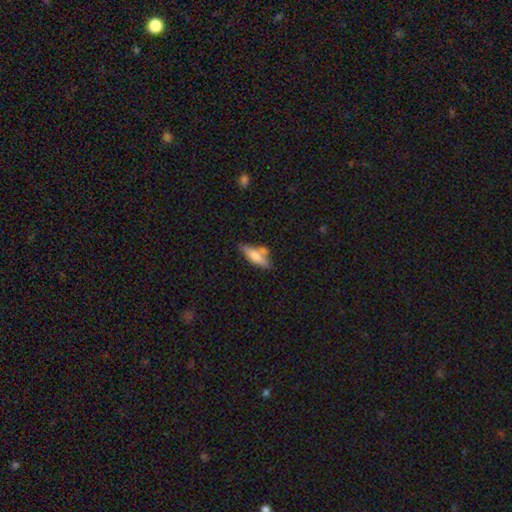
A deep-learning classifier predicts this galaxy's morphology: Smooth or featured?
  - smooth: 65% *
  - featured or disk: 29%
  - star or artifact: 7%
How rounded?
  - cigar-shaped: 61% *
  - in between: 36%
  - round: 2%
Merging?
  - none: 60% *
  - merger: 18%
  - minor disturbance: 17%
  - major disturbance: 5%